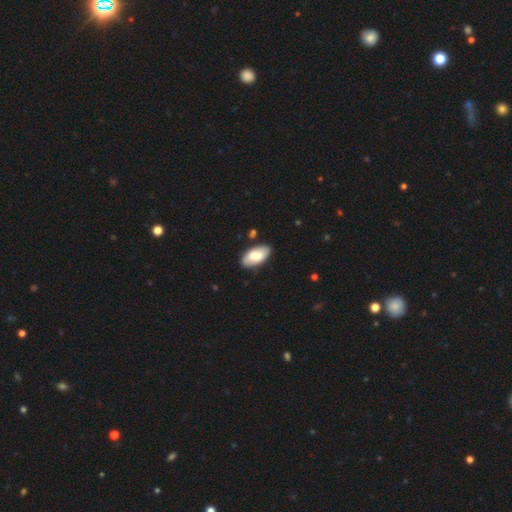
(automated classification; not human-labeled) Q: Smooth or featured?
A: smooth (79%); runner-up: featured or disk (15%)
Q: How rounded?
A: in between (95%); runner-up: cigar-shaped (3%)
Q: Merging?
A: none (85%); runner-up: minor disturbance (11%)